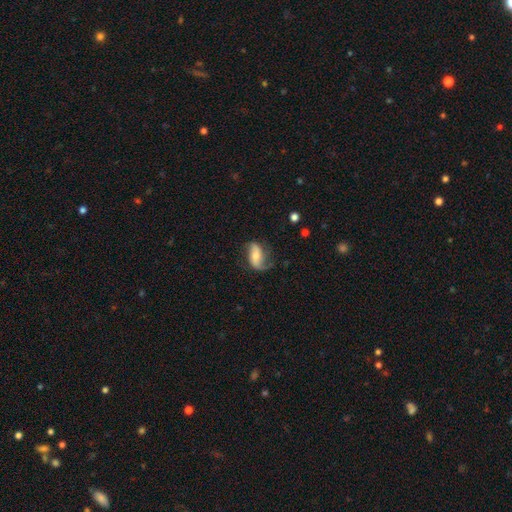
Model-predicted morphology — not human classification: Q: Smooth or featured?
A: featured or disk (63%); runner-up: smooth (30%)
Q: Edge-on disk?
A: no (94%); runner-up: yes (6%)
Q: Bar?
A: no (40%); runner-up: weak (32%)
Q: Spiral arms?
A: yes (90%); runner-up: no (10%)
Q: Spiral winding?
A: loose (64%); runner-up: medium (25%)
Q: Spiral arm count?
A: 2 (74%); runner-up: 1 (18%)
Q: Bulge size?
A: moderate (50%); runner-up: small (39%)
Q: Merging?
A: none (57%); runner-up: minor disturbance (25%)